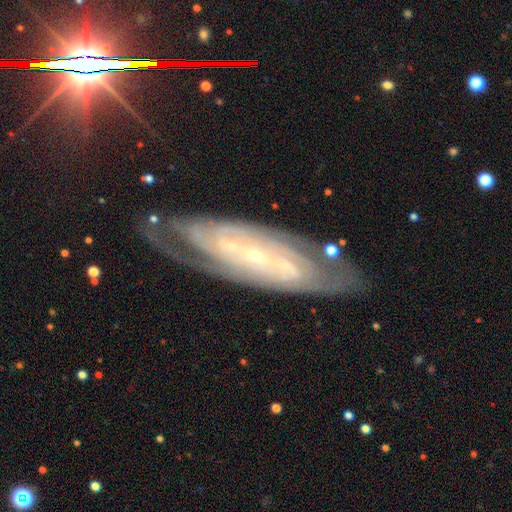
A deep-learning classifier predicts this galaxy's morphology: smooth_or_featured: featured or disk (p=0.85) [alt: star or artifact p=0.07]
disk_edge_on: no (p=0.85) [alt: yes p=0.15]
bar: strong (p=0.38) [alt: weak p=0.32]
has_spiral_arms: yes (p=0.95) [alt: no p=0.05]
spiral_winding: tight (p=0.64) [alt: medium p=0.28]
spiral_arm_count: can't tell (p=0.38) [alt: 2 p=0.30]
bulge_size: small (p=0.85) [alt: moderate p=0.10]
merging: none (p=0.72) [alt: minor disturbance p=0.18]